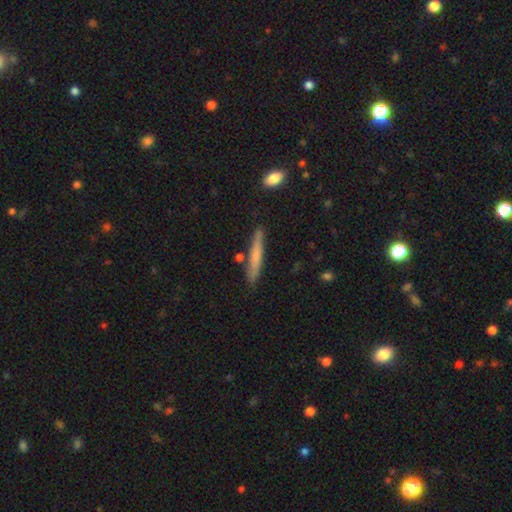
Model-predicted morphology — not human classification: Smooth or featured? smooth (66%)
How rounded? cigar-shaped (95%)
Merging? none (82%)